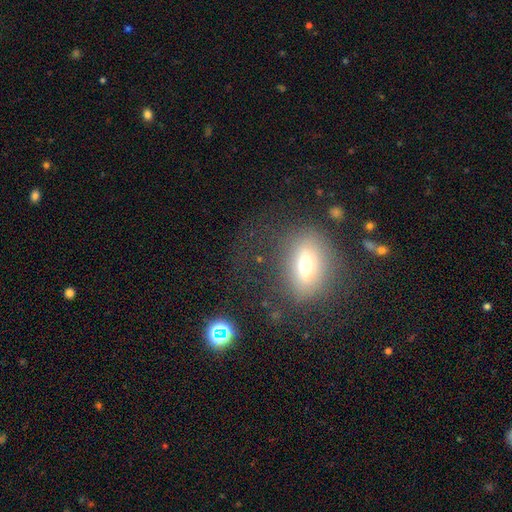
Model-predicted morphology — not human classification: smooth_or_featured: smooth (p=0.49) [alt: featured or disk p=0.32]
merging: none (p=0.58) [alt: major disturbance p=0.20]